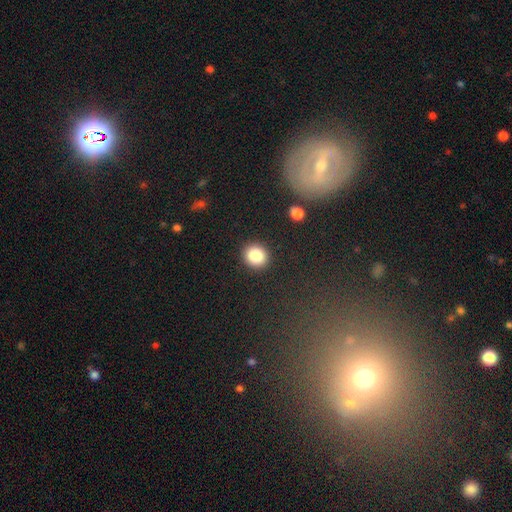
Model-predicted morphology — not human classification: A smooth galaxy with no disk features (85%) that is round (83%). Merging: none (90%).